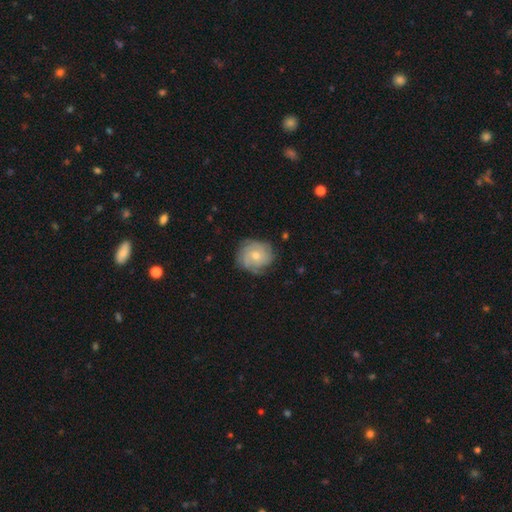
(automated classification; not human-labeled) smooth_or_featured: featured or disk (p=0.69) [alt: smooth p=0.24]
disk_edge_on: no (p=0.98) [alt: yes p=0.02]
bar: no (p=0.77) [alt: weak p=0.20]
has_spiral_arms: yes (p=0.91) [alt: no p=0.09]
spiral_winding: tight (p=0.69) [alt: medium p=0.25]
spiral_arm_count: can't tell (p=0.38) [alt: 3 p=0.23]
bulge_size: moderate (p=0.51) [alt: small p=0.45]
merging: none (p=0.76) [alt: minor disturbance p=0.18]